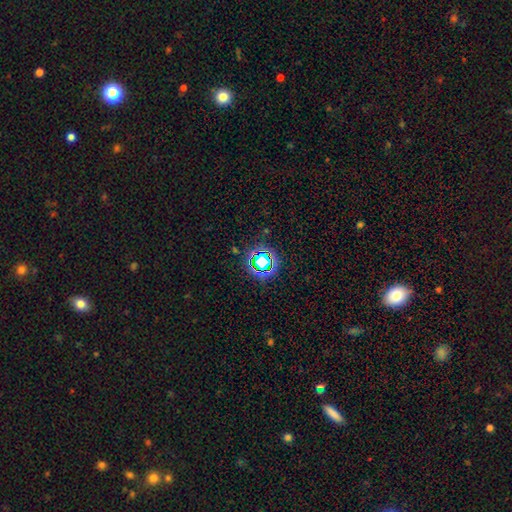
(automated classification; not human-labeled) The model was most divided on "smooth or featured": star or artifact: 73%, smooth: 18%, featured or disk: 9%.